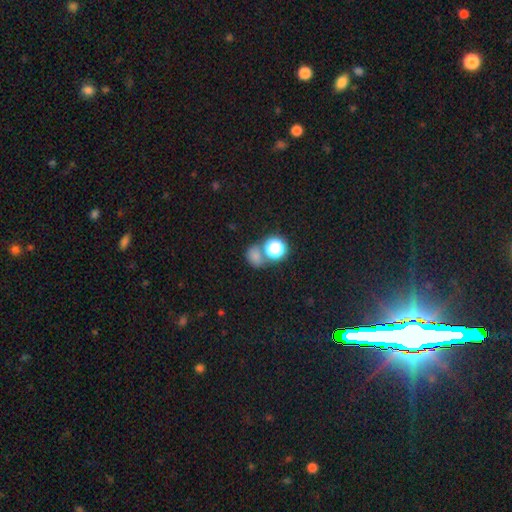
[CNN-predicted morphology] Overall: smooth (68%). How rounded: round (64%; in between 35%). Merging: none (53%; merger 29%).